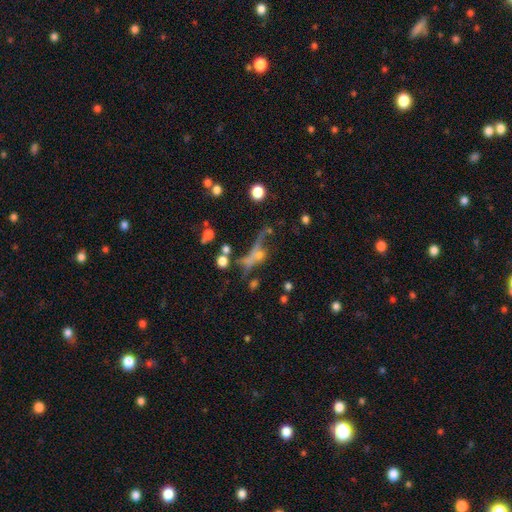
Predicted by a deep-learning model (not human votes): Smooth or featured? smooth (39%, tied with featured or disk)
Merging? none (31%)